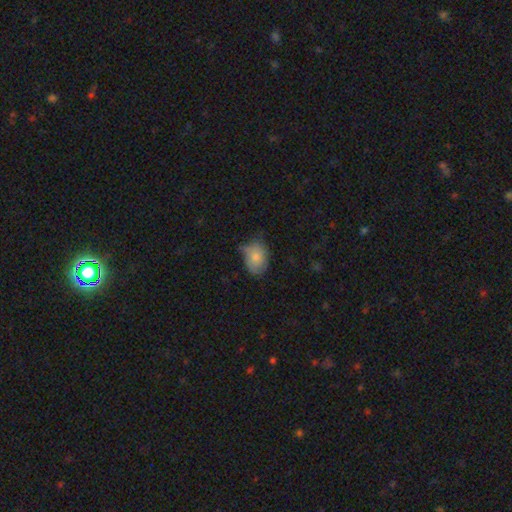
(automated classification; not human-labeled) Smooth or featured?
  - smooth: 79% *
  - featured or disk: 13%
  - star or artifact: 8%
How rounded?
  - in between: 74% *
  - round: 25%
  - cigar-shaped: 1%
Merging?
  - none: 55% *
  - minor disturbance: 35%
  - major disturbance: 8%
  - merger: 3%